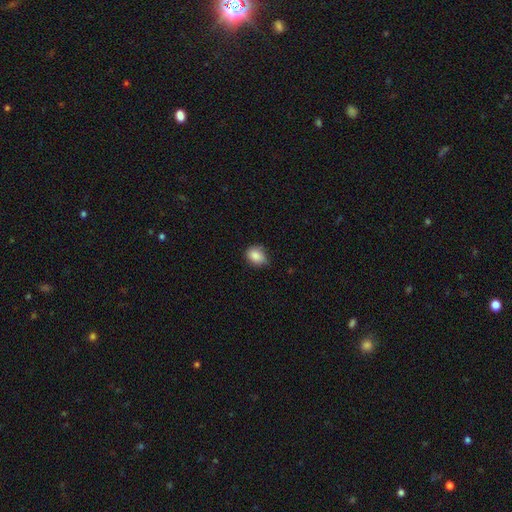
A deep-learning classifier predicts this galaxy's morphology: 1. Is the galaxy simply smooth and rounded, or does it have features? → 86% smooth, 9% star or artifact, 5% featured or disk.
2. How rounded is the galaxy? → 52% round, 47% in between, 1% cigar-shaped.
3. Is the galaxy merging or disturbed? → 60% none, 33% minor disturbance, 5% major disturbance, 1% merger.